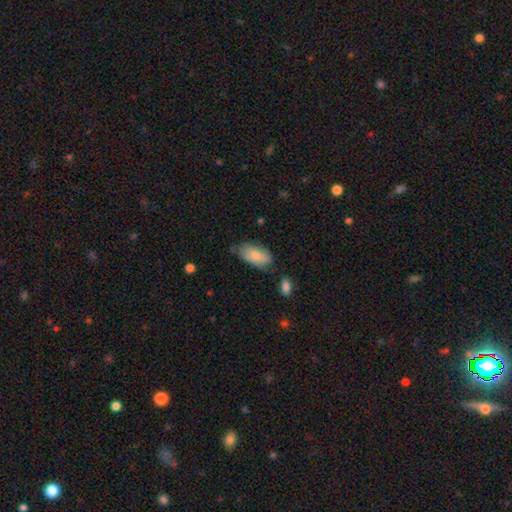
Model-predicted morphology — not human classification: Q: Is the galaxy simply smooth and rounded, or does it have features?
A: smooth — 82%.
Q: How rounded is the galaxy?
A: in between — 92%.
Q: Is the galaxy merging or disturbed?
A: none — 63%.